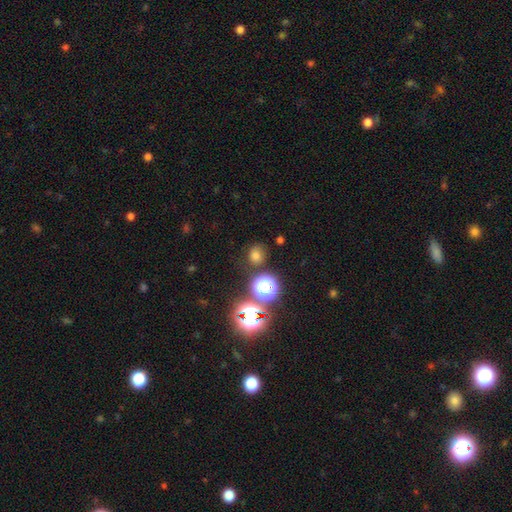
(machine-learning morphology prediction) A smooth galaxy with no disk features (68%) that is round (76%).

Vote fractions:
- Smooth or featured? smooth: 68% / star or artifact: 25% / featured or disk: 7%
- How rounded? round: 76% / in between: 23% / cigar-shaped: 1%
- Merging? none: 80% / minor disturbance: 12% / merger: 4% / major disturbance: 4%